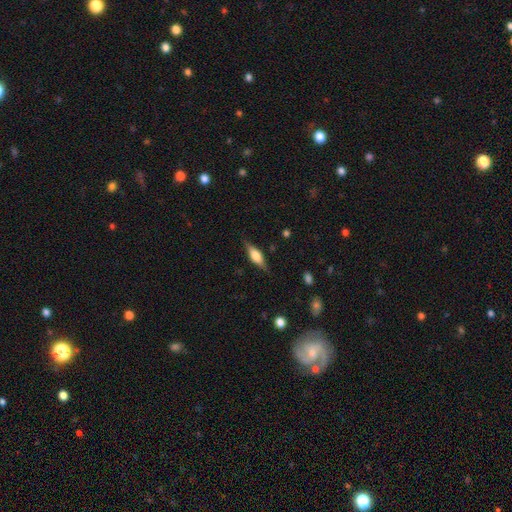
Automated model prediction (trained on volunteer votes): Overall: featured or disk (53%; smooth 40%). Edge-on disk: yes (94%). Edge-on bulge: rounded (80%). Merging: none (83%).